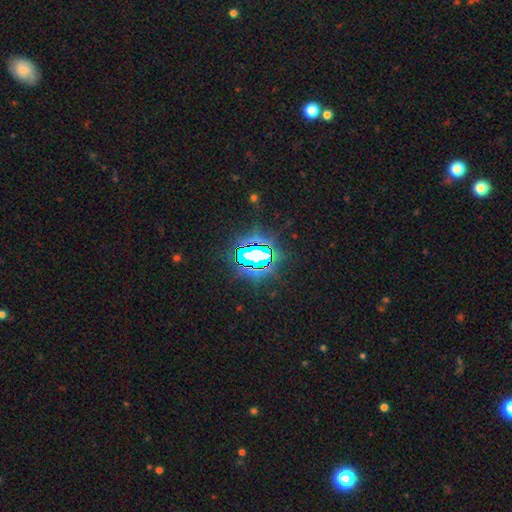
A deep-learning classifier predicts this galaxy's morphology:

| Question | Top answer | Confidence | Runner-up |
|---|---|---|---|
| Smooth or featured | star or artifact | 75% | smooth (14%) |